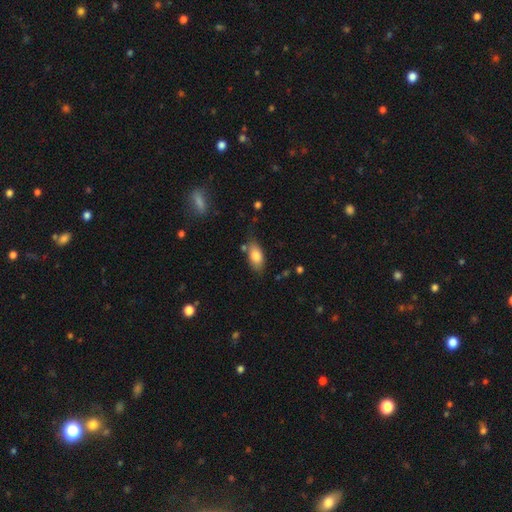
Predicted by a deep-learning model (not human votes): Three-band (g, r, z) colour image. It shows a smooth galaxy with no disk features (81%) that is in between round and cigar-shaped (89%). Merging: none (73%).